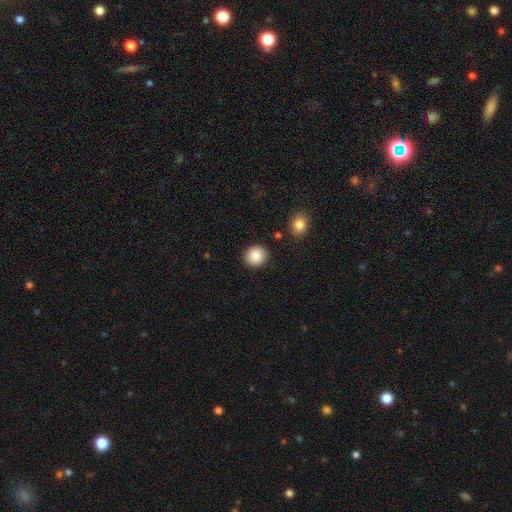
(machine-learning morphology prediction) type=smooth (88%); roundness=round (88%); merging=none (89%).